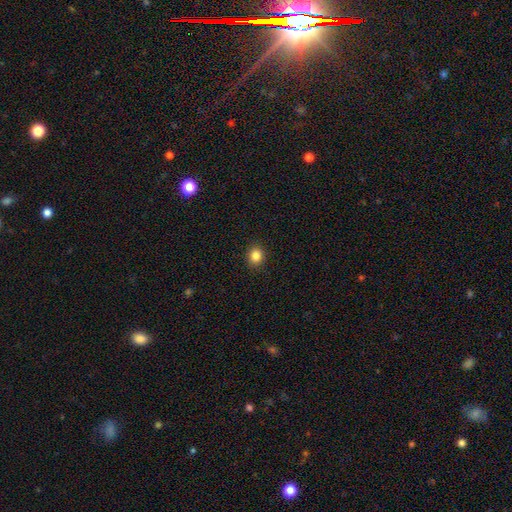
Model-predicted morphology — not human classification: Smooth or featured?
  - smooth: 84% *
  - star or artifact: 11%
  - featured or disk: 5%
How rounded?
  - round: 73% *
  - in between: 26%
  - cigar-shaped: 1%
Merging?
  - none: 91% *
  - minor disturbance: 6%
  - major disturbance: 2%
  - merger: 1%